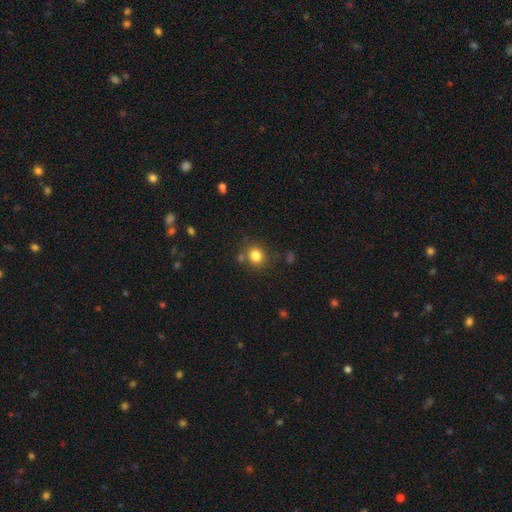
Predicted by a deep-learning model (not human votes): A smooth galaxy with no disk features (82%) that is round (85%). Merging: none (77%).